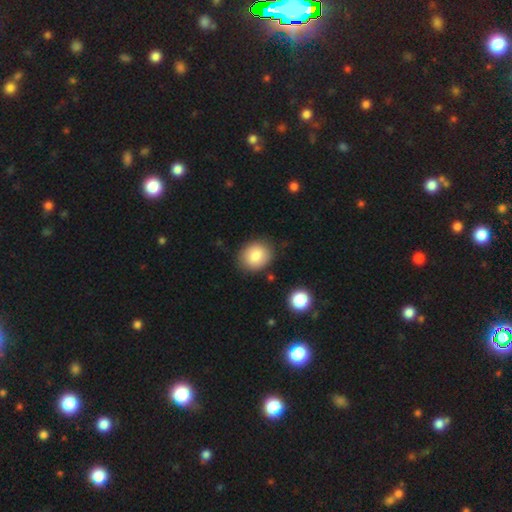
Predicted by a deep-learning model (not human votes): smooth-or-featured: smooth: 84% | featured or disk: 8% | star or artifact: 8%
  how-rounded: round: 63% | in between: 36% | cigar-shaped: 1%
  merging: none: 84% | minor disturbance: 11% | major disturbance: 3% | merger: 2%